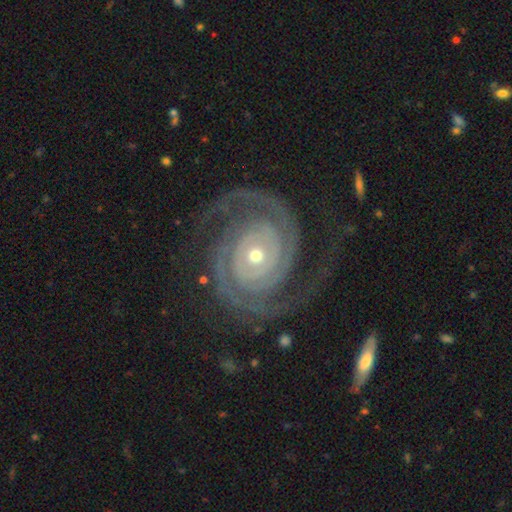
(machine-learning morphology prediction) featured or disk 93%, star or artifact 4%, smooth 3%. Down the decision tree: edge-on disk — no (98%); bar — no (74%); spiral arms — yes (99%); spiral arm count — 2 (84%); spiral winding — tight (80%); bulge size — small (57%); merging — none (78%).